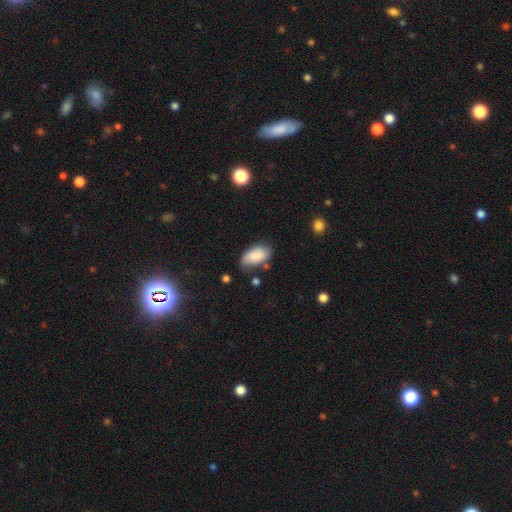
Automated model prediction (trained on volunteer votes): A smooth galaxy with no disk features (79%) that is in between round and cigar-shaped (94%). Merging: none (63%).